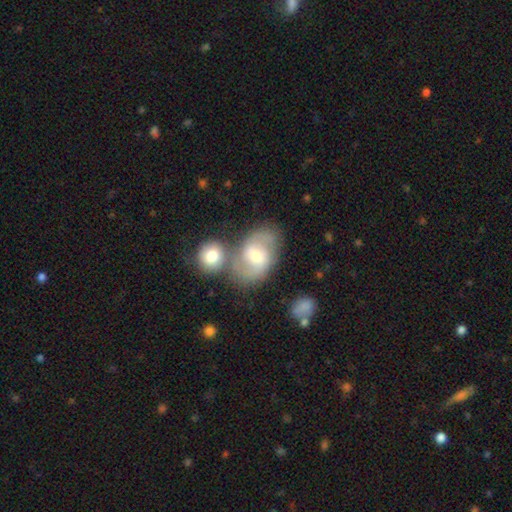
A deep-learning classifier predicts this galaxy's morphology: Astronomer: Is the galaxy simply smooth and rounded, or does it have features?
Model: featured or disk — 63%.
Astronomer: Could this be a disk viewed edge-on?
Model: no — 96%.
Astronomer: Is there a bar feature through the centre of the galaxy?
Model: weak — 49% (runner-up: no, 35%).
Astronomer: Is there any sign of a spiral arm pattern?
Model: yes — 85%.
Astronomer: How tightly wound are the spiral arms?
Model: medium — 52%.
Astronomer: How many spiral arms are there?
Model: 2 — 85%.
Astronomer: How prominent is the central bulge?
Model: moderate — 59% (runner-up: small, 34%).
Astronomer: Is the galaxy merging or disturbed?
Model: none — 50% (runner-up: merger, 31%).